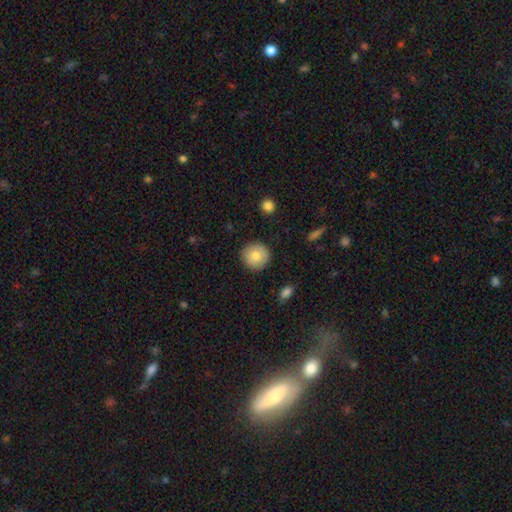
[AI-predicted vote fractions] Smooth or featured? Predicted: smooth (p=0.80). How rounded? Predicted: round (p=0.94). Merging? Predicted: none (p=0.90).